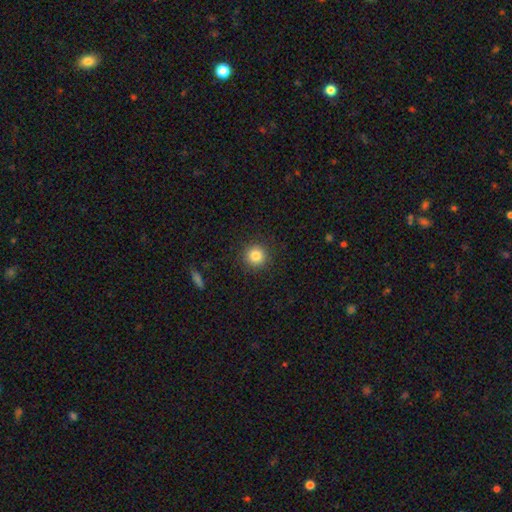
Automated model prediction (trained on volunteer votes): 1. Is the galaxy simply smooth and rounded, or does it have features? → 84% smooth, 11% star or artifact, 6% featured or disk.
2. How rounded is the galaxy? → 94% round, 5% in between, 1% cigar-shaped.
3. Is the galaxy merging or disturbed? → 91% none, 6% minor disturbance, 2% major disturbance, 1% merger.